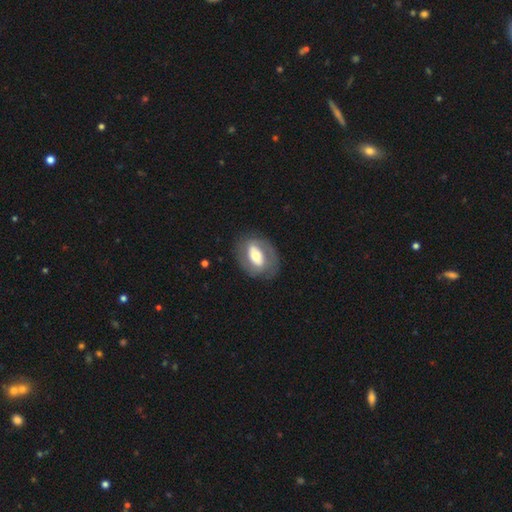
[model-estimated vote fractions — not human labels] This is possibly a featured or disk galaxy (58%). It is clearly not viewed edge-on (92%). Bar: marginally strong (40%). Spiral arm pattern: possibly no (53%). Central bulge: possibly moderate (58%). Merging: likely none (75%).